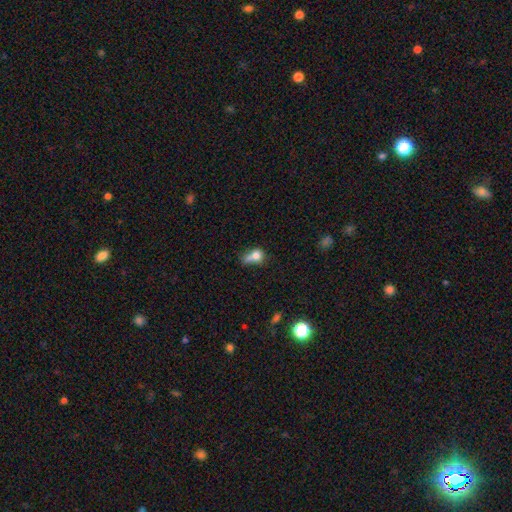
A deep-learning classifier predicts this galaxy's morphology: This appears to be a smooth galaxy with no disk features (73%) that is in between round and cigar-shaped (49%). Merging: none (27%).